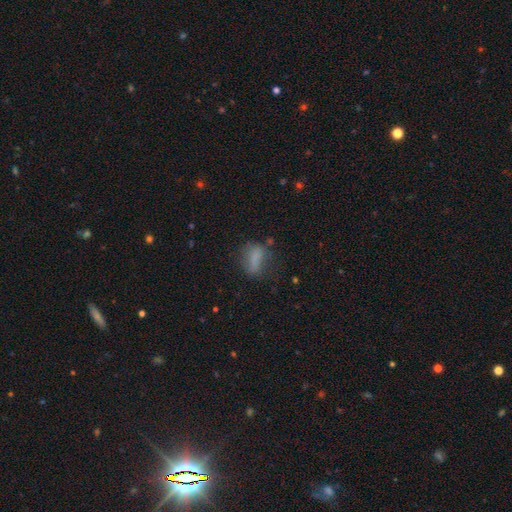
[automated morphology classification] Smooth or featured: smooth — 70% (featured or disk — 18%)
How rounded: in between — 73% (cigar-shaped — 15%)
Merging: none — 49% (minor disturbance — 26%)